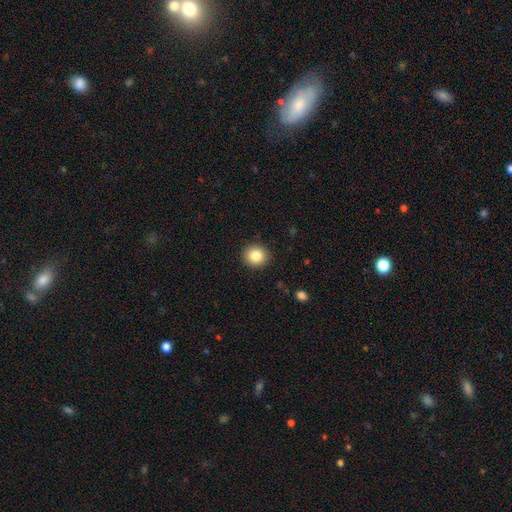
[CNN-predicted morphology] A smooth galaxy with no disk features (84%) that is round (87%).

Vote fractions:
- Smooth or featured? smooth: 84% / star or artifact: 9% / featured or disk: 6%
- How rounded? round: 87% / in between: 12% / cigar-shaped: 1%
- Merging? none: 91% / minor disturbance: 6% / major disturbance: 2% / merger: 1%